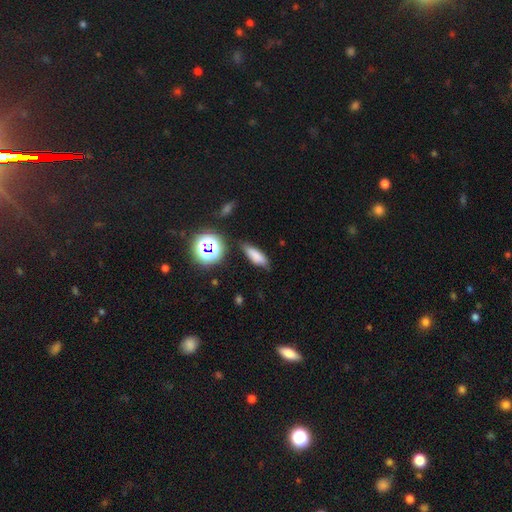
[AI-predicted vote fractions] Smooth or featured? smooth (74%)
How rounded? cigar-shaped (48%)
Merging? none (77%)